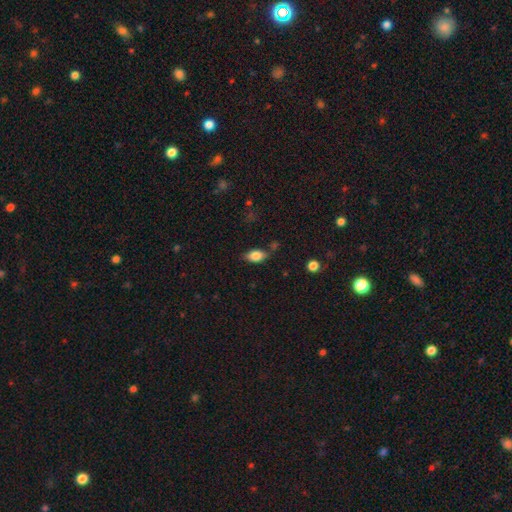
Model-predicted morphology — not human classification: Q: Smooth or featured?
A: smooth (78%); runner-up: featured or disk (13%)
Q: How rounded?
A: in between (87%); runner-up: round (7%)
Q: Merging?
A: none (68%); runner-up: minor disturbance (22%)